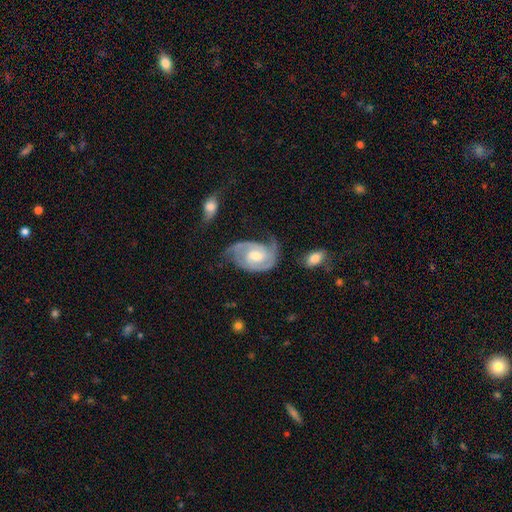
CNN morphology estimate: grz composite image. It shows a featured or disk galaxy (85%) with no bar (49%), 2 (70%) tight (48%) spiral arms (96%) and a moderate central bulge (64%). Merging: none (52%).